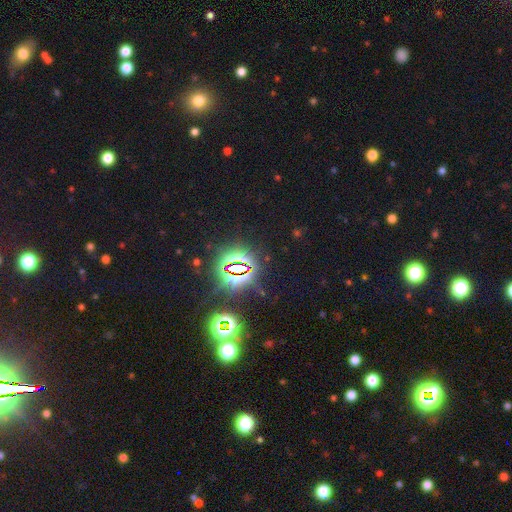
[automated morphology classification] The model was most divided on "smooth or featured": star or artifact: 77%, smooth: 15%, featured or disk: 7%.